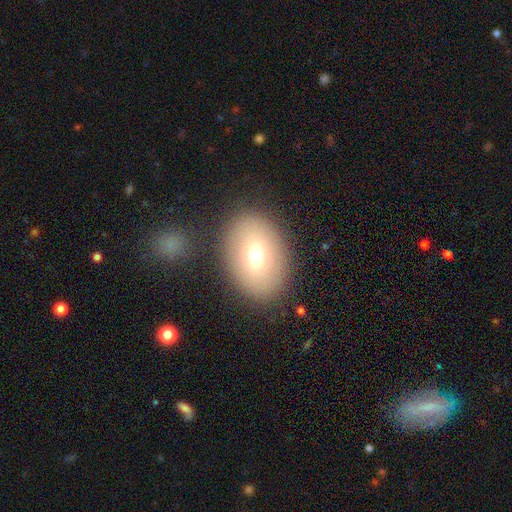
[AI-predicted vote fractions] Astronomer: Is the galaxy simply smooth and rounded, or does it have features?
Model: smooth — 71%.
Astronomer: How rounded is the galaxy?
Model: in between — 79%.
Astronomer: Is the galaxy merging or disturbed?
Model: none — 85%.